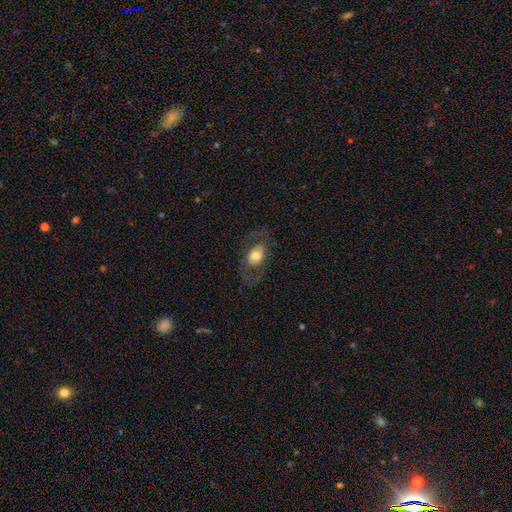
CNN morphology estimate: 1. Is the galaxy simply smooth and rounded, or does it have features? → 52% smooth, 41% featured or disk, 7% star or artifact.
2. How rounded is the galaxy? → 78% in between, 20% round, 2% cigar-shaped.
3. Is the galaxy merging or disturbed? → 73% none, 13% major disturbance, 13% minor disturbance, 1% merger.